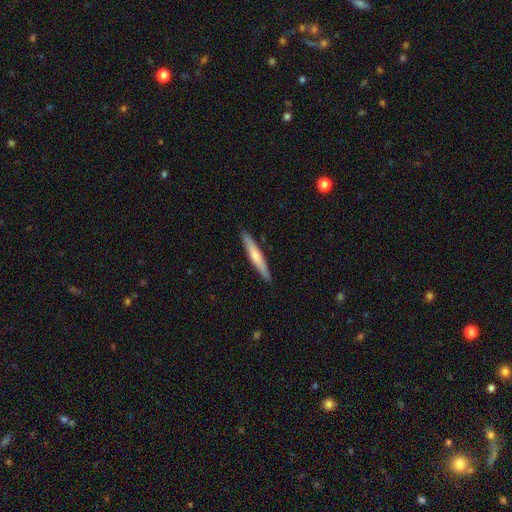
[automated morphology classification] Smooth or featured: smooth — 58% (featured or disk — 37%)
How rounded: cigar-shaped — 94% (in between — 5%)
Merging: none — 90% (minor disturbance — 7%)